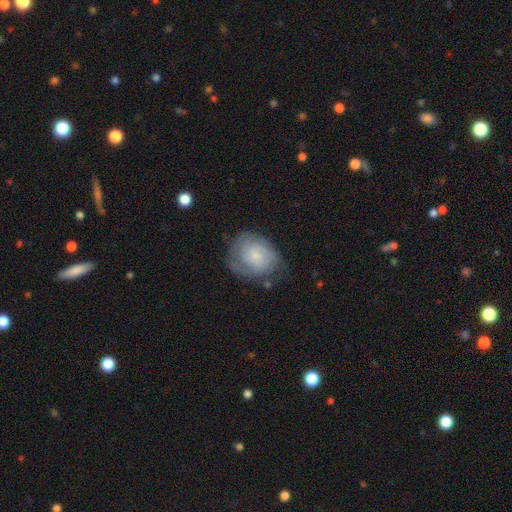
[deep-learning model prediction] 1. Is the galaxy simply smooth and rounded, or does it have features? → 49% featured or disk, 44% smooth, 7% star or artifact.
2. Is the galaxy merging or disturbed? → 57% none, 28% minor disturbance, 13% major disturbance, 2% merger.